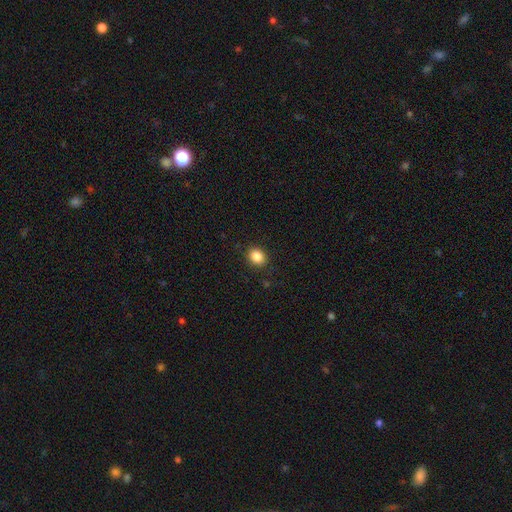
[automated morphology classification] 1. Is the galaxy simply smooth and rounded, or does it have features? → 86% smooth, 10% star or artifact, 4% featured or disk.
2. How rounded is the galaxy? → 51% round, 48% in between, 1% cigar-shaped.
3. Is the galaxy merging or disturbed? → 88% none, 8% minor disturbance, 2% major disturbance, 1% merger.